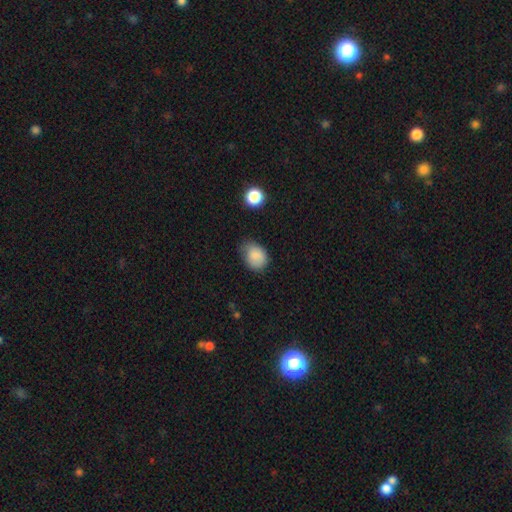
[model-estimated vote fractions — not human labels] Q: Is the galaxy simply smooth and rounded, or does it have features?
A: smooth — 85%.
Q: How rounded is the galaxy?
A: in between — 57%.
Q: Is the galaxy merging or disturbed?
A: none — 54%.